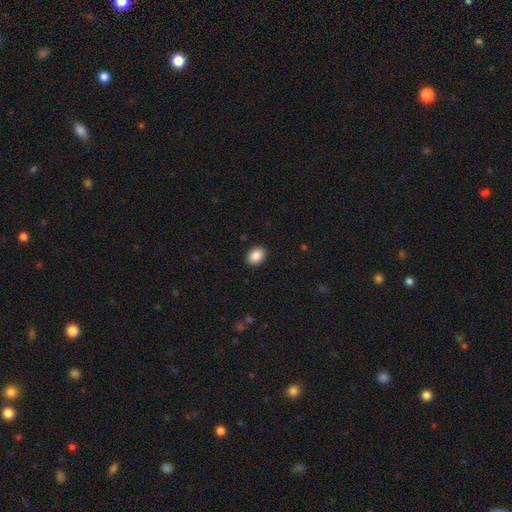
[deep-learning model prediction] A smooth galaxy with no disk features (89%) that is in between round and cigar-shaped (66%).

Vote fractions:
- Smooth or featured? smooth: 89% / star or artifact: 8% / featured or disk: 4%
- How rounded? in between: 66% / round: 33% / cigar-shaped: 1%
- Merging? none: 90% / minor disturbance: 7% / major disturbance: 2% / merger: 1%